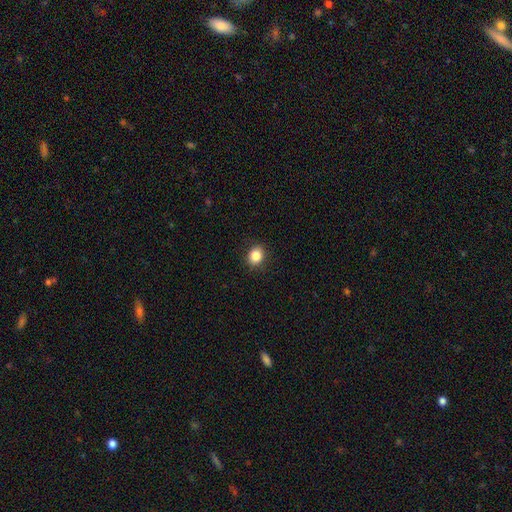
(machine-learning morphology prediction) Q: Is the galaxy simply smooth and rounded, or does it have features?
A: smooth — 86%.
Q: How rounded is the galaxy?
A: round — 66%.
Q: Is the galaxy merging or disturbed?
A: none — 89%.